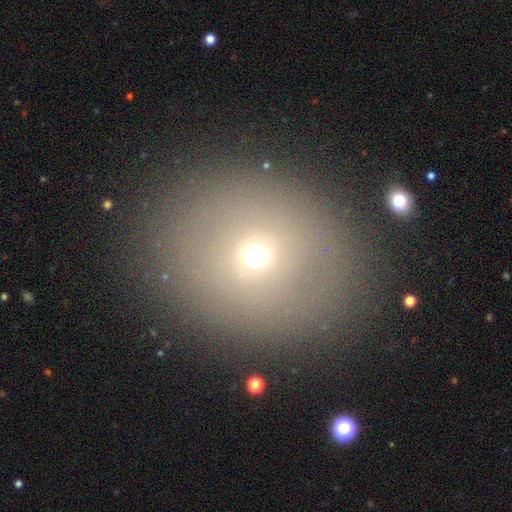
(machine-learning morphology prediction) A smooth galaxy with no disk features (62%) that is round (73%).

Vote fractions:
- Smooth or featured? smooth: 62% / featured or disk: 20% / star or artifact: 18%
- How rounded? round: 73% / in between: 25% / cigar-shaped: 1%
- Merging? none: 86% / minor disturbance: 8% / major disturbance: 4% / merger: 2%